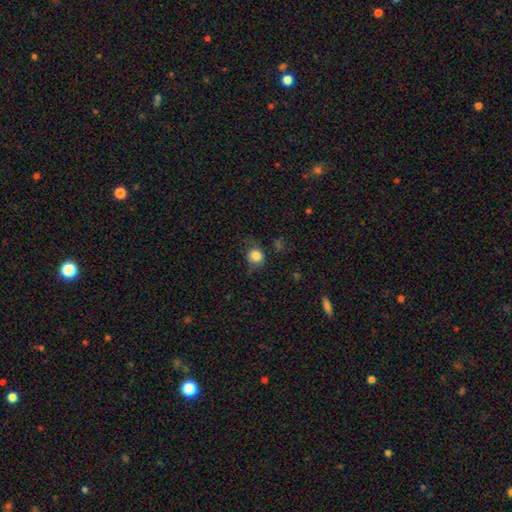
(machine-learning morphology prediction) Smooth or featured?
  - smooth: 83% *
  - star or artifact: 10%
  - featured or disk: 7%
How rounded?
  - round: 79% *
  - in between: 20%
  - cigar-shaped: 1%
Merging?
  - none: 61% *
  - minor disturbance: 25%
  - major disturbance: 11%
  - merger: 2%